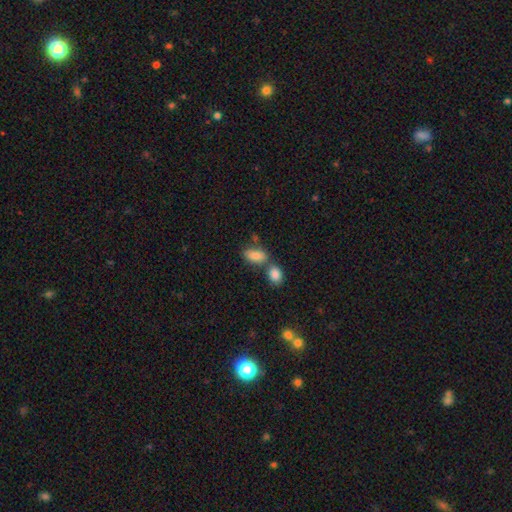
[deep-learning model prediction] This appears to be a smooth galaxy with no disk features (82%) that is in between round and cigar-shaped (90%). Merging: none (45%).